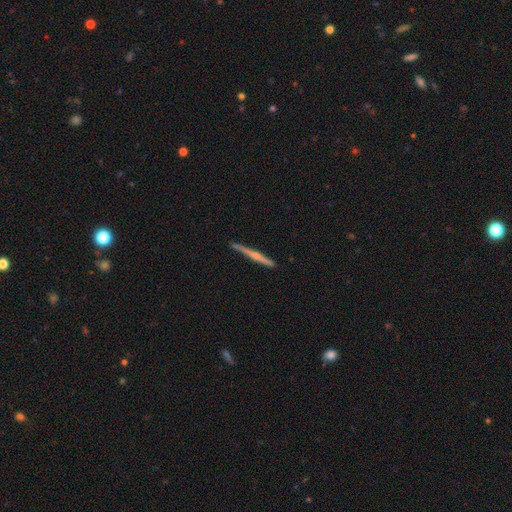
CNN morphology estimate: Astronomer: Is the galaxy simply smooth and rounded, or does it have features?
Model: featured or disk — 71%.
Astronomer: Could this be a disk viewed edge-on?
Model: yes — 98%.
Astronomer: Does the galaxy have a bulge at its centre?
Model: rounded — 73%.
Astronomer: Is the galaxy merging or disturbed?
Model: none — 89%.